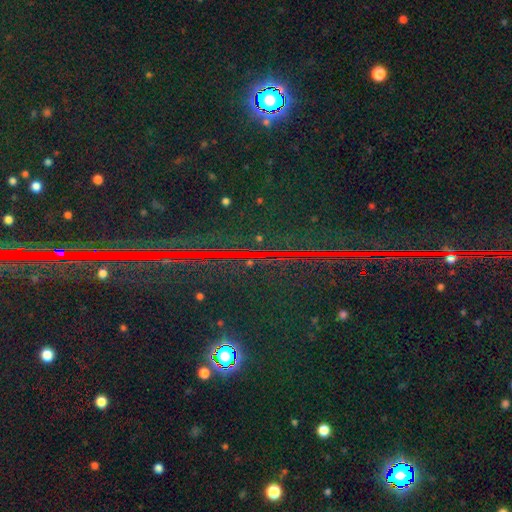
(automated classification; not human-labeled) A star or artifact, not a galaxy (87%).